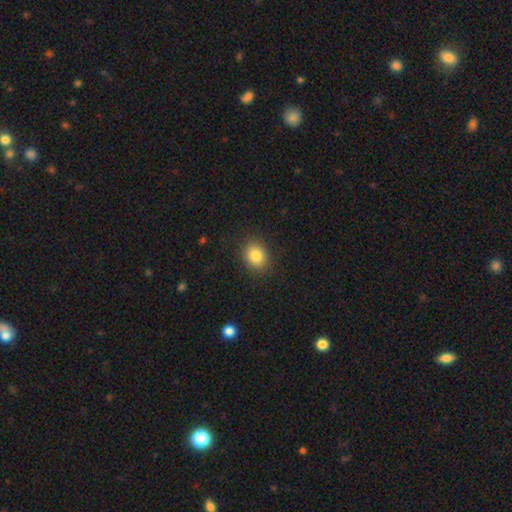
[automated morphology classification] A smooth galaxy with no disk features (84%) that is round (58%).

Vote fractions:
- Smooth or featured? smooth: 84% / star or artifact: 10% / featured or disk: 6%
- How rounded? round: 58% / in between: 41% / cigar-shaped: 1%
- Merging? none: 87% / minor disturbance: 9% / major disturbance: 3% / merger: 1%